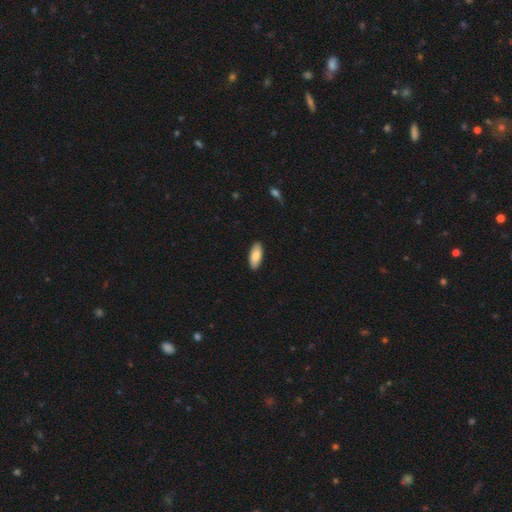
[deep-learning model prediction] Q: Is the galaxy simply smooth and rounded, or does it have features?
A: smooth — 84%.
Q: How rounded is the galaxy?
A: in between — 83%.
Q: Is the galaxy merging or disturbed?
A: none — 89%.